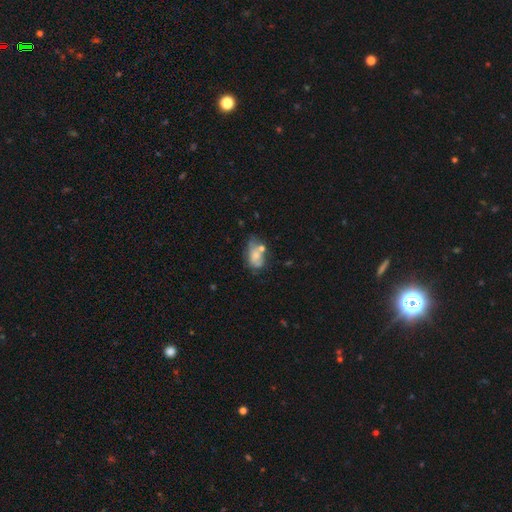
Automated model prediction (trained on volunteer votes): smooth_or_featured: smooth (p=0.56) [alt: featured or disk p=0.34]
how_rounded: in between (p=0.83) [alt: round p=0.14]
merging: none (p=0.30) [alt: merger p=0.27]